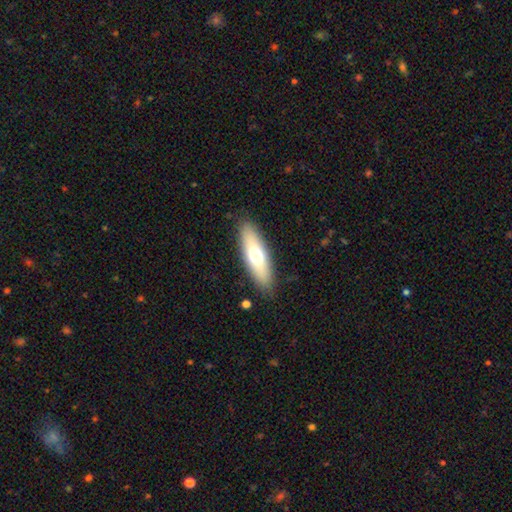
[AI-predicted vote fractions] Smooth or featured? Predicted: smooth (p=0.65). How rounded? Predicted: in between (p=0.50). Merging? Predicted: none (p=0.87).